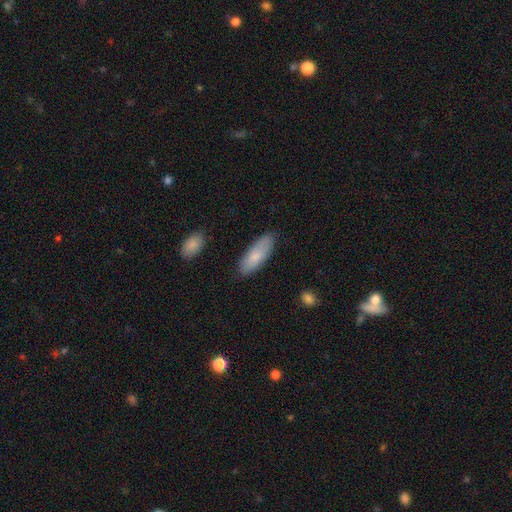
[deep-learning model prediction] A smooth galaxy with no disk features (81%) that is in between round and cigar-shaped (69%).

Vote fractions:
- Smooth or featured? smooth: 81% / featured or disk: 13% / star or artifact: 6%
- How rounded? in between: 69% / cigar-shaped: 29% / round: 2%
- Merging? none: 84% / minor disturbance: 12% / major disturbance: 2% / merger: 2%